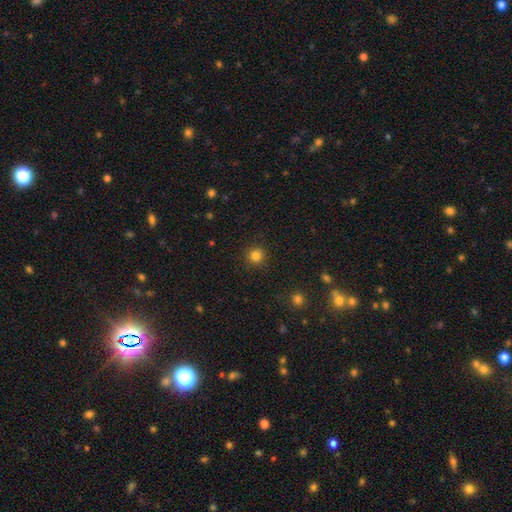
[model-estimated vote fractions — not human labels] Q: Smooth or featured?
A: smooth (83%); runner-up: star or artifact (13%)
Q: How rounded?
A: round (94%); runner-up: in between (5%)
Q: Merging?
A: none (91%); runner-up: minor disturbance (5%)